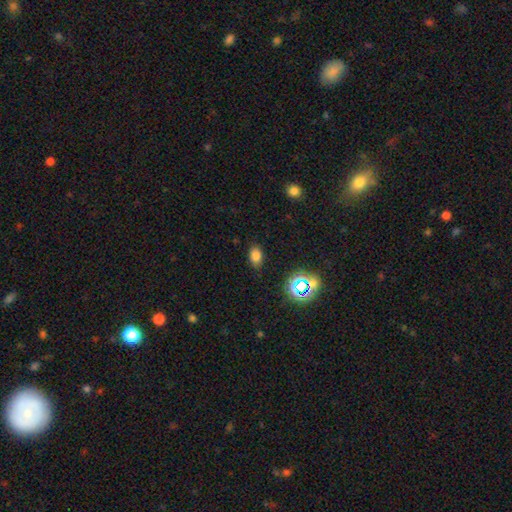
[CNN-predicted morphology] type=smooth (75%); roundness=in between (85%); merging=none (85%).